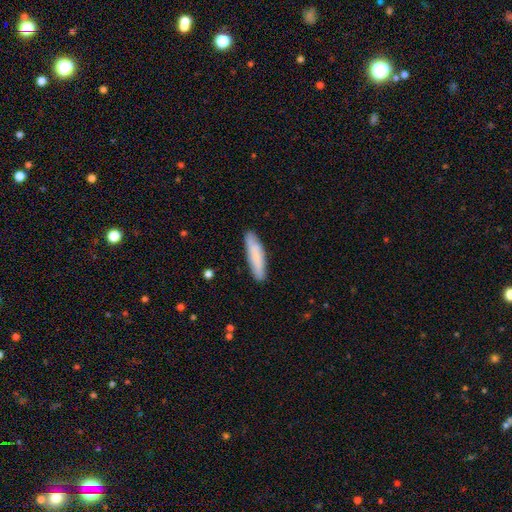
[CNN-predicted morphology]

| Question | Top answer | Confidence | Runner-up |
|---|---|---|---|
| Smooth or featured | smooth | 77% | featured or disk (17%) |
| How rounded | cigar-shaped | 74% | in between (24%) |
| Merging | none | 86% | minor disturbance (11%) |